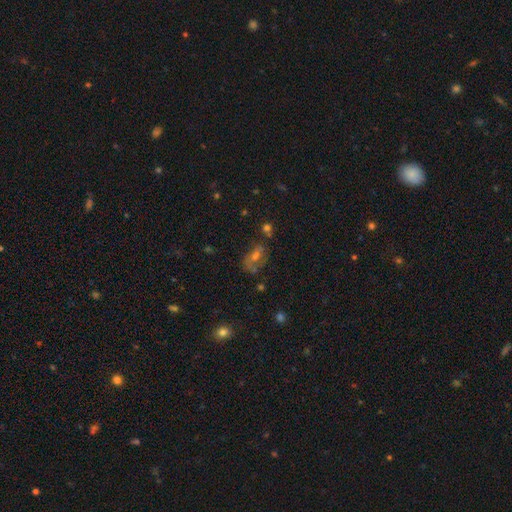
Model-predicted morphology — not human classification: Smooth or featured?
  - featured or disk: 42% *
  - smooth: 33%
  - star or artifact: 25%
Merging?
  - none: 46% *
  - minor disturbance: 21%
  - major disturbance: 21%
  - merger: 11%